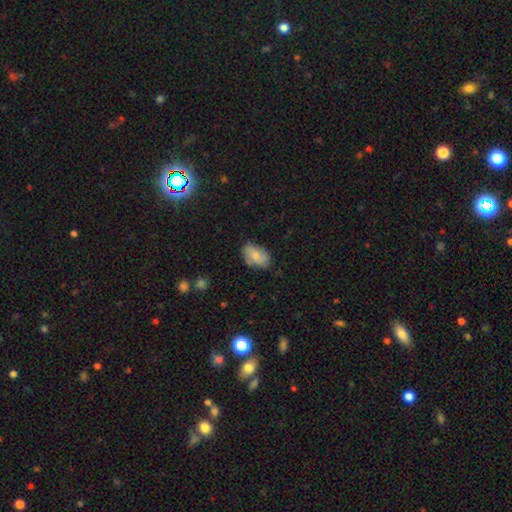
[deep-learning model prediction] smooth_or_featured: smooth (p=0.70) [alt: featured or disk p=0.23]
how_rounded: in between (p=0.90) [alt: round p=0.08]
merging: none (p=0.72) [alt: minor disturbance p=0.22]